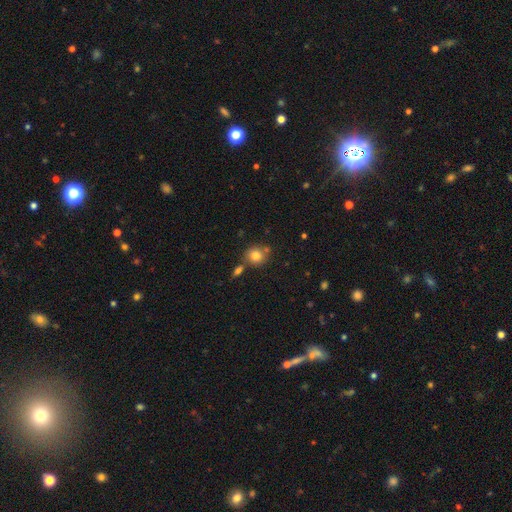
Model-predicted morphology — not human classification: A smooth galaxy with no disk features (81%) that is round (84%).

Vote fractions:
- Smooth or featured? smooth: 81% / star or artifact: 10% / featured or disk: 9%
- How rounded? round: 84% / in between: 14% / cigar-shaped: 1%
- Merging? none: 67% / merger: 18% / minor disturbance: 12% / major disturbance: 4%